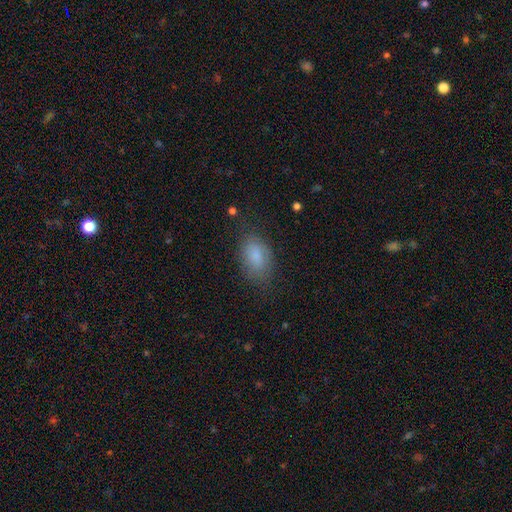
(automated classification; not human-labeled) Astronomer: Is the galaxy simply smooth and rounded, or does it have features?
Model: smooth — 81%.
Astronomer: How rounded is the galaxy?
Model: in between — 90%.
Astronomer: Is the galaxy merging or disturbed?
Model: none — 73%.